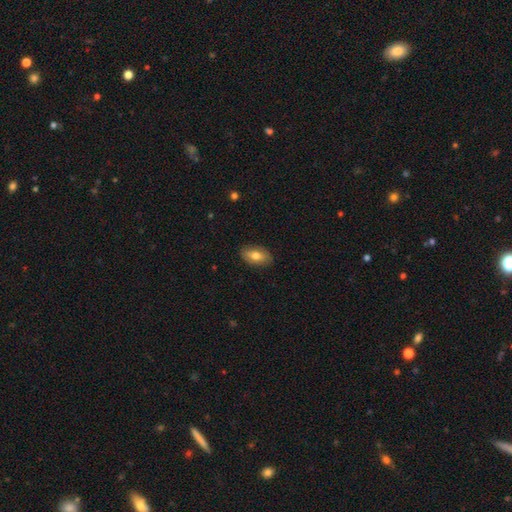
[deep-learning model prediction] This appears to be a smooth galaxy with no disk features (74%) that is in between round and cigar-shaped (91%). Merging: none (87%).